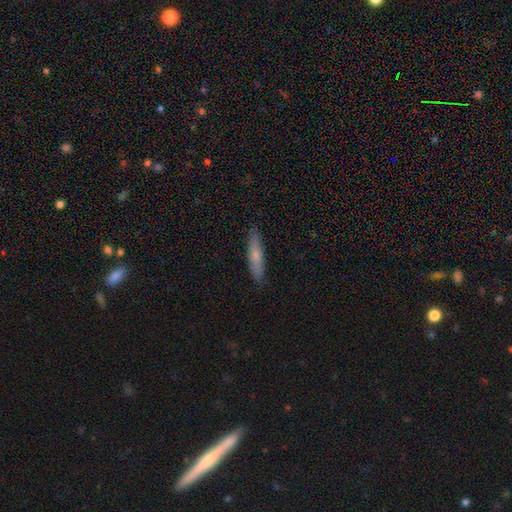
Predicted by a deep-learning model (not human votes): Q: Smooth or featured?
A: smooth (64%); runner-up: featured or disk (30%)
Q: How rounded?
A: cigar-shaped (84%); runner-up: in between (14%)
Q: Merging?
A: none (88%); runner-up: minor disturbance (9%)